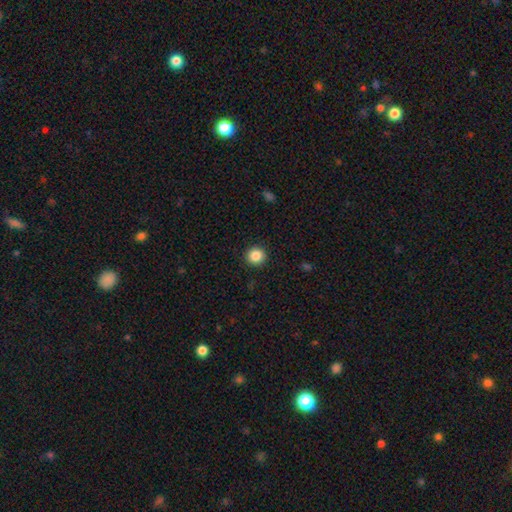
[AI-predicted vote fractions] This appears to be a smooth galaxy with no disk features (86%) that is round (94%). Merging: none (92%).